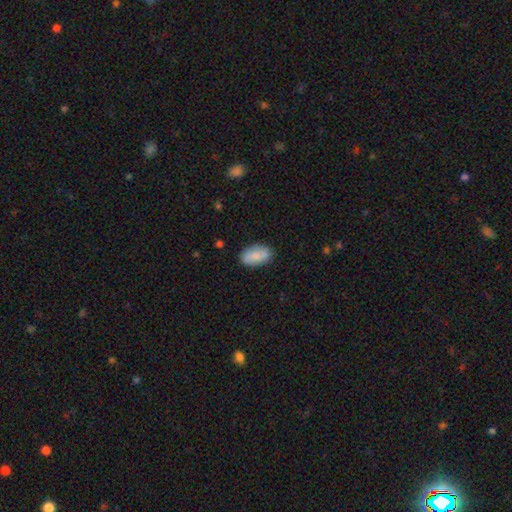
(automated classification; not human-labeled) This is clearly a smooth galaxy (83%). How rounded: clearly in between (93%). Merging: clearly none (84%).